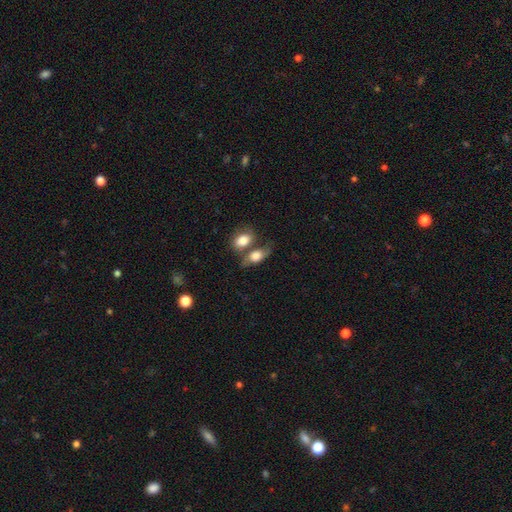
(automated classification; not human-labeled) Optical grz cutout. It shows a smooth galaxy with no disk features (73%) that is in between round and cigar-shaped (77%). Merging: merger (45%).